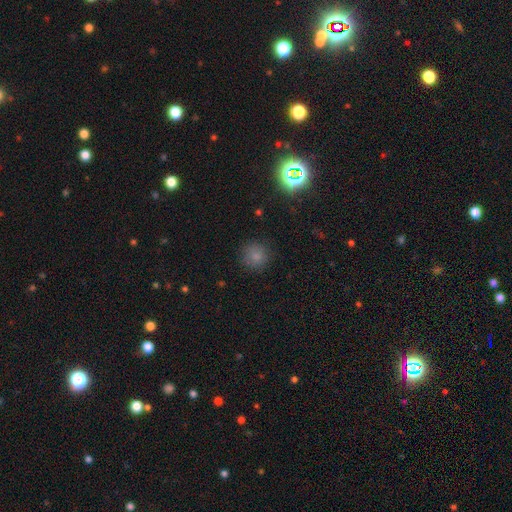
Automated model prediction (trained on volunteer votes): This is clearly a smooth galaxy (80%). How rounded: clearly round (92%). Merging: clearly none (84%).